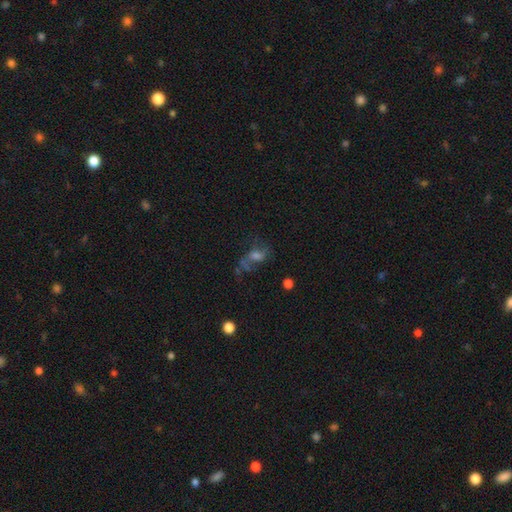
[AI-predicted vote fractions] The model was most divided on "merging": none: 41%, major disturbance: 34%, minor disturbance: 18%, merger: 8%. Remaining: smooth or featured — featured or disk (48%).